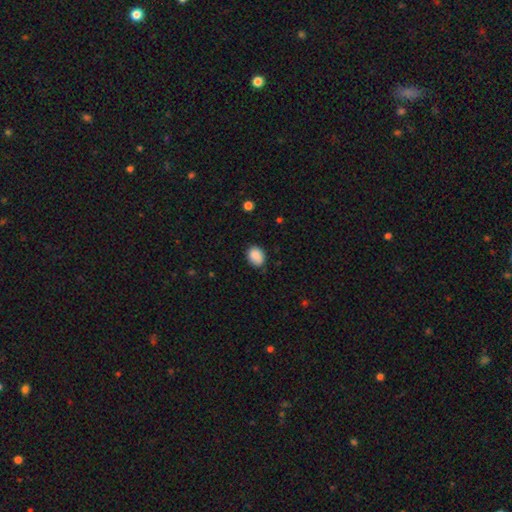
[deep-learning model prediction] Smooth or featured? Predicted: smooth (p=0.89). How rounded? Predicted: in between (p=0.57). Merging? Predicted: none (p=0.82).